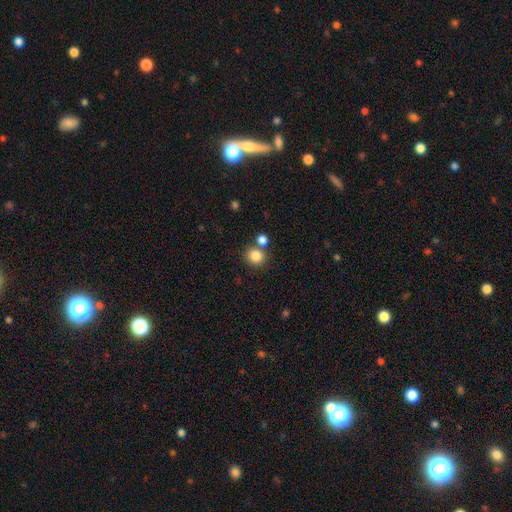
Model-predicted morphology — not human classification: type=smooth (84%); roundness=round (84%); merging=none (70%).